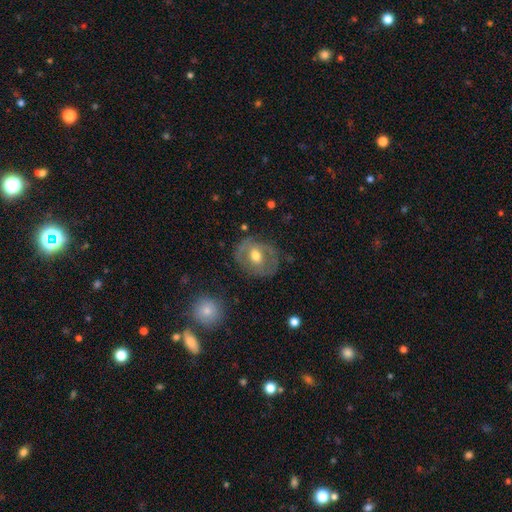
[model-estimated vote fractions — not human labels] This appears to be a featured or disk galaxy (58%) with no bar (49%), no spiral arms (53%) and a moderate central bulge (75%). Merging: none (68%).